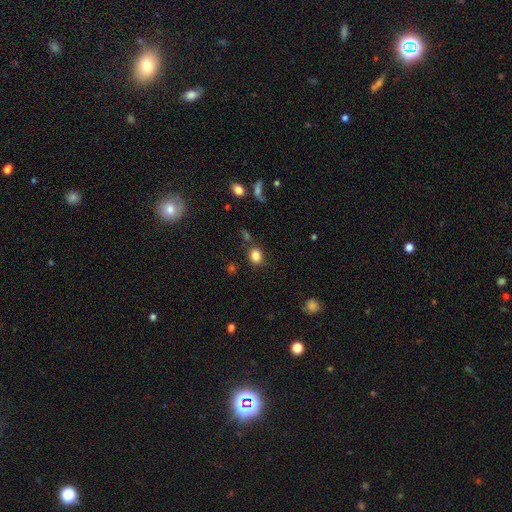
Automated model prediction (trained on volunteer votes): Smooth or featured? Predicted: smooth (p=0.84). How rounded? Predicted: round (p=0.55). Merging? Predicted: none (p=0.81).